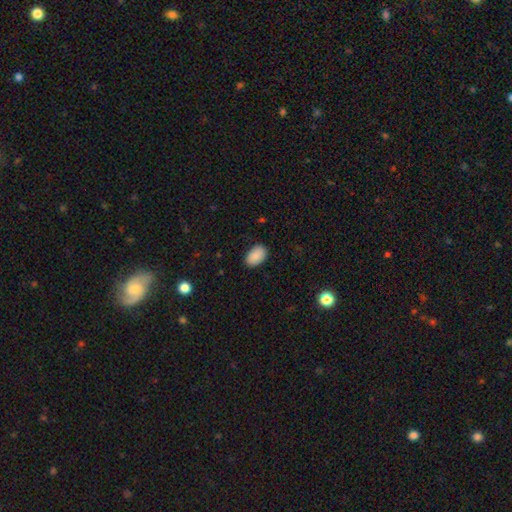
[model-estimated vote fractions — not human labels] This is clearly a smooth galaxy (89%). How rounded: clearly in between (91%). Merging: clearly none (86%).